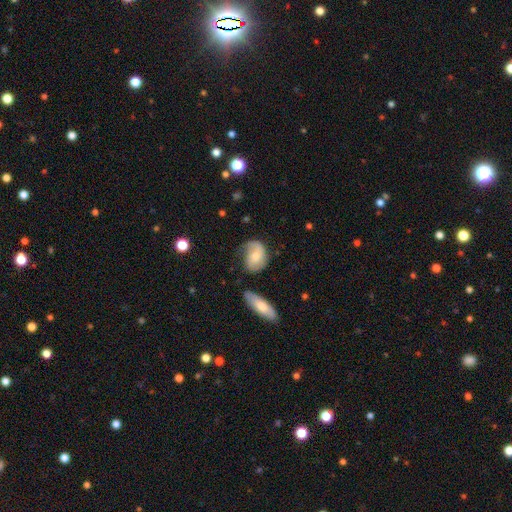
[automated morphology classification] This is possibly a smooth galaxy (52%). How rounded: likely in between (65%). Merging: possibly none (49%).